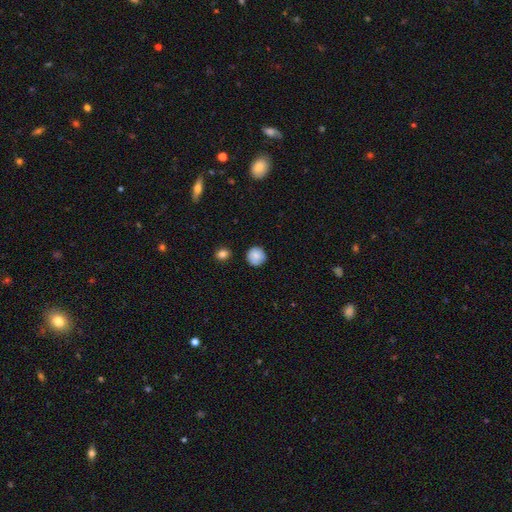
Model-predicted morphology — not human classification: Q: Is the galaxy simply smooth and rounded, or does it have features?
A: smooth — 84%.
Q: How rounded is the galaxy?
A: round — 93%.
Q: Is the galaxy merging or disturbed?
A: none — 84%.